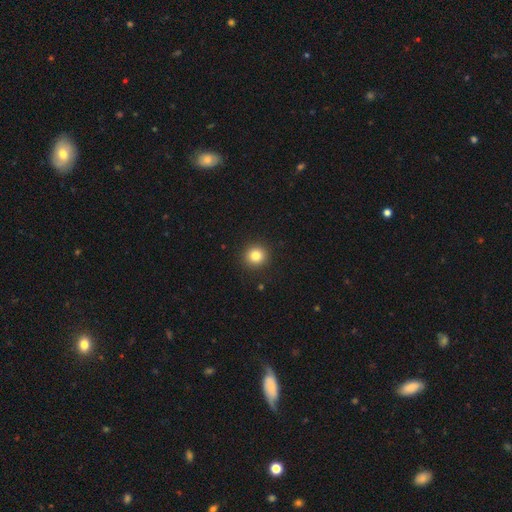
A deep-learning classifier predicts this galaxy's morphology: This appears to be a smooth galaxy with no disk features (82%) that is round (92%). Merging: none (92%).